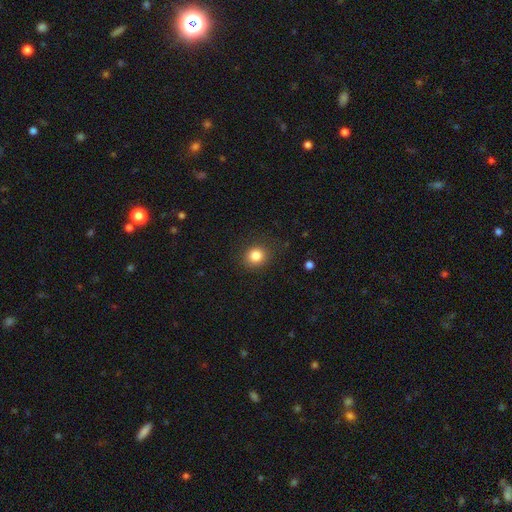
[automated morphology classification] Smooth or featured?
  - smooth: 83% *
  - star or artifact: 11%
  - featured or disk: 6%
How rounded?
  - round: 79% *
  - in between: 20%
  - cigar-shaped: 1%
Merging?
  - none: 86% *
  - minor disturbance: 10%
  - major disturbance: 3%
  - merger: 1%